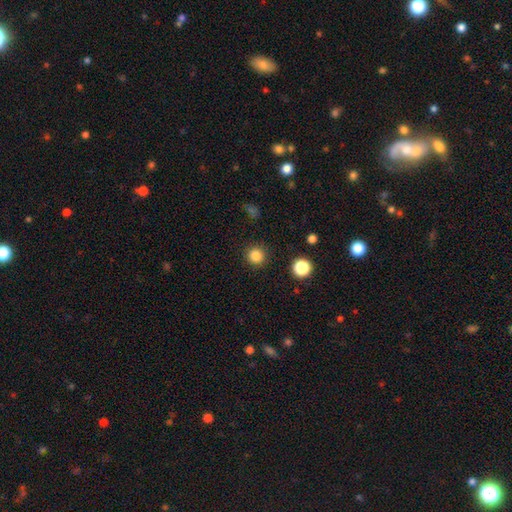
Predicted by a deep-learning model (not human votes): Q: Smooth or featured?
A: smooth (84%); runner-up: star or artifact (12%)
Q: How rounded?
A: round (95%); runner-up: in between (4%)
Q: Merging?
A: none (92%); runner-up: minor disturbance (5%)